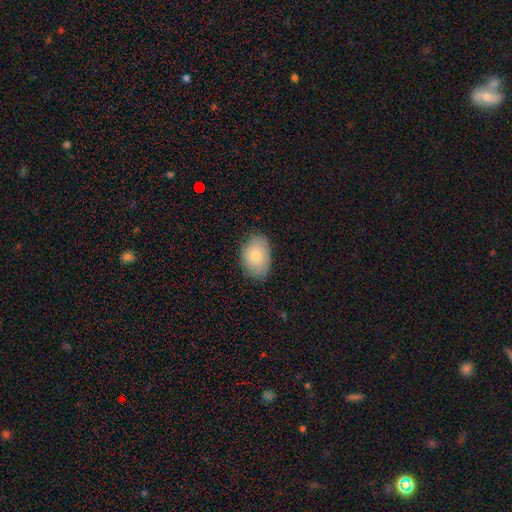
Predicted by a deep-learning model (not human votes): Smooth or featured? Predicted: smooth (p=0.76). How rounded? Predicted: in between (p=0.80). Merging? Predicted: none (p=0.77).